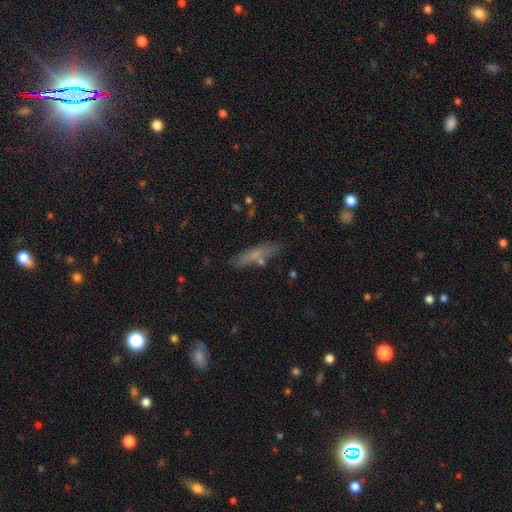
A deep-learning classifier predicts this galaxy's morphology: This appears to be a smooth galaxy with no disk features (68%) that is cigar-shaped (77%). Merging: none (77%).